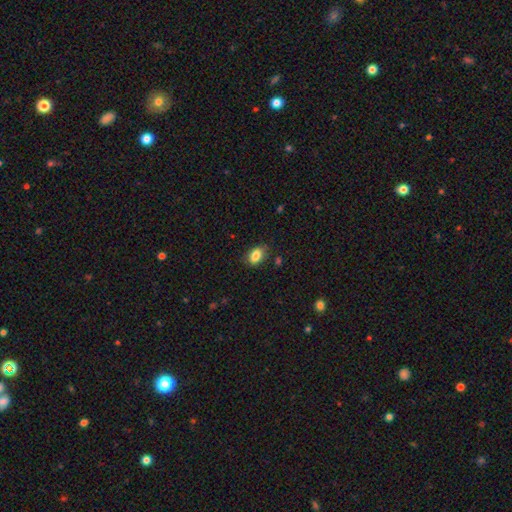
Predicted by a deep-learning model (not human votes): This appears to be a smooth galaxy with no disk features (86%) that is in between round and cigar-shaped (85%). Merging: none (81%).